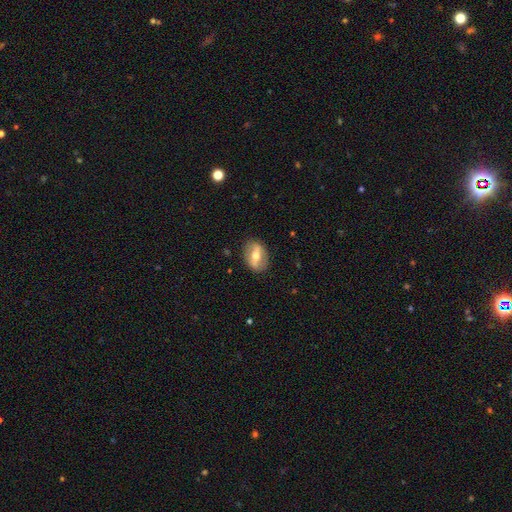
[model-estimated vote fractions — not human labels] Q: Smooth or featured?
A: featured or disk (55%); runner-up: smooth (38%)
Q: Edge-on disk?
A: no (80%); runner-up: yes (20%)
Q: Merging?
A: none (84%); runner-up: minor disturbance (11%)